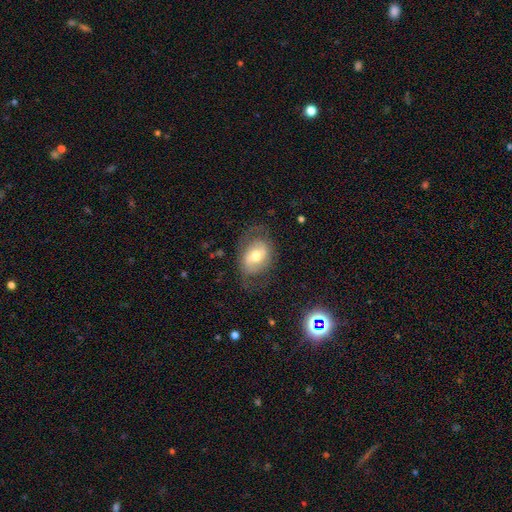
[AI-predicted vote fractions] Smooth or featured?
  - featured or disk: 48% *
  - smooth: 44%
  - star or artifact: 8%
Merging?
  - none: 65% *
  - minor disturbance: 19%
  - major disturbance: 14%
  - merger: 2%